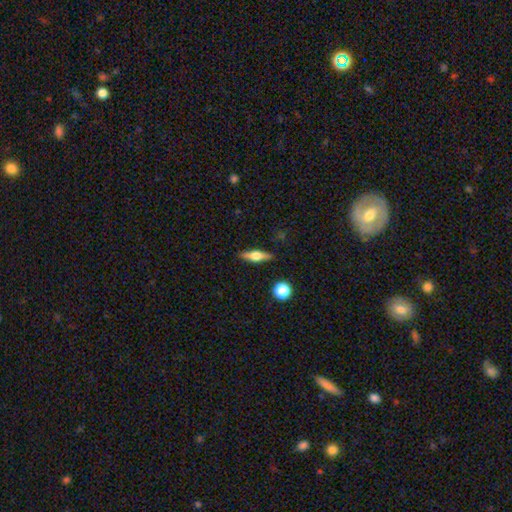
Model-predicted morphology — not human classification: This appears to be a featured or disk galaxy (56%) viewed edge-on (95%) with a rounded central bulge (92%). Merging: none (88%).